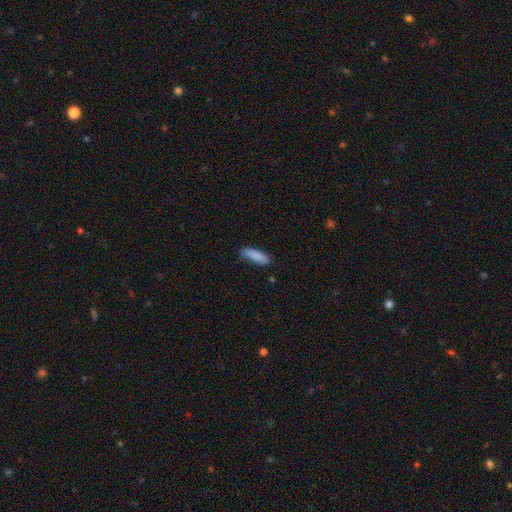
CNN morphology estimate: The model was most divided on "how rounded": cigar-shaped: 60%, in between: 39%, round: 1%. More confident: smooth or featured — smooth (87%); merging — none (75%).